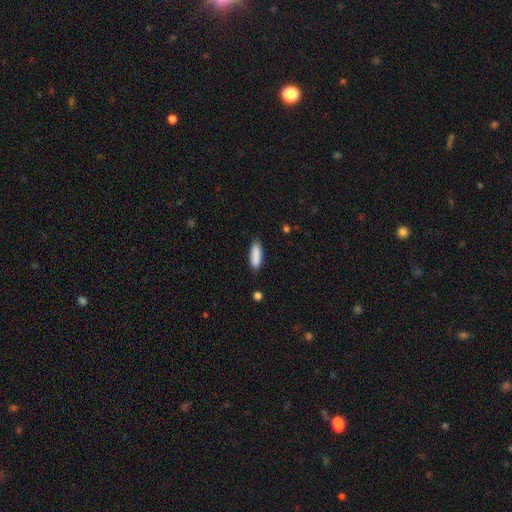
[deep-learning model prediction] Smooth or featured? Predicted: smooth (p=0.89). How rounded? Predicted: in between (p=0.62). Merging? Predicted: none (p=0.86).